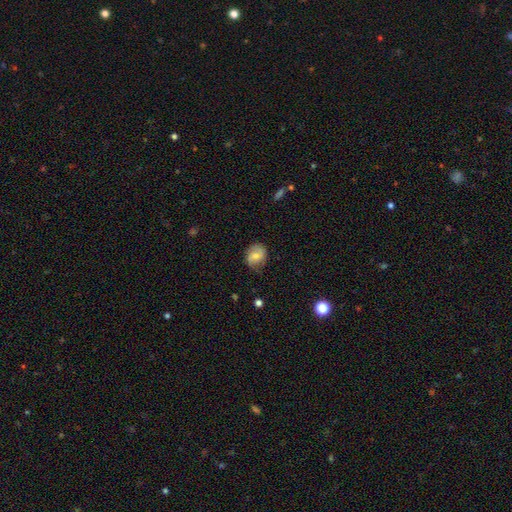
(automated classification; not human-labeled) A smooth galaxy with no disk features (56%) that is round (60%).

Vote fractions:
- Smooth or featured? smooth: 56% / featured or disk: 36% / star or artifact: 8%
- How rounded? round: 60% / in between: 38% / cigar-shaped: 1%
- Merging? none: 70% / minor disturbance: 22% / major disturbance: 6% / merger: 1%